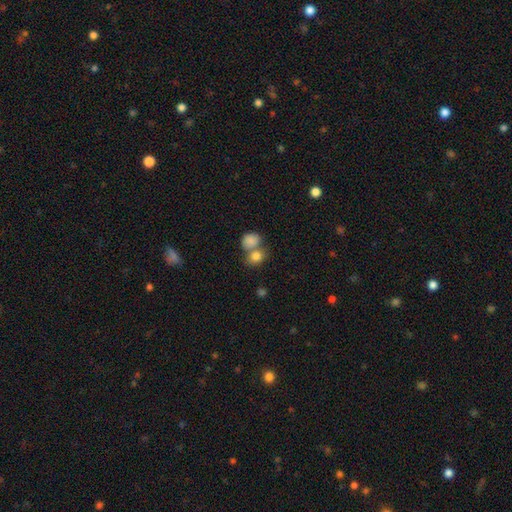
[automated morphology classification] The model was most divided on "merging": merger: 50%, none: 37%, minor disturbance: 9%, major disturbance: 4%. More confident: smooth or featured — smooth (82%); how rounded — round (56%).